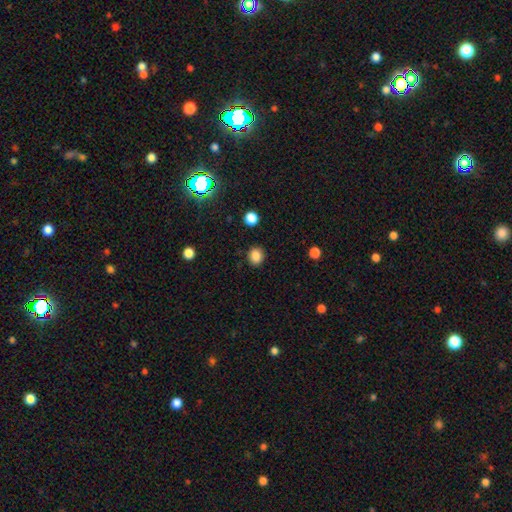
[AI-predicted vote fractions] The model was most divided on "how rounded": round: 74%, in between: 25%, cigar-shaped: 1%. More confident: merging — none (89%); smooth or featured — smooth (85%).